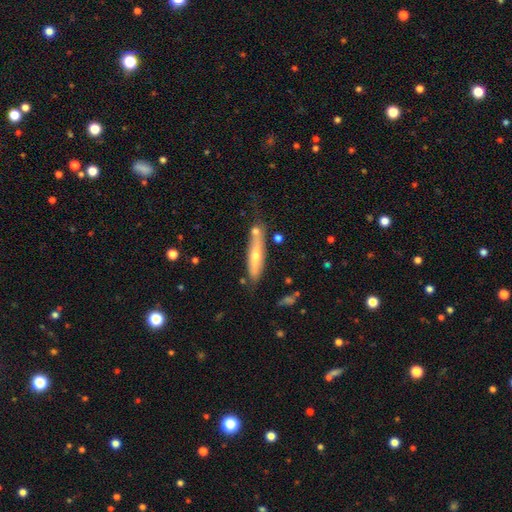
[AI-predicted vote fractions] A smooth galaxy with no disk features (49%). Merging: none (63%).